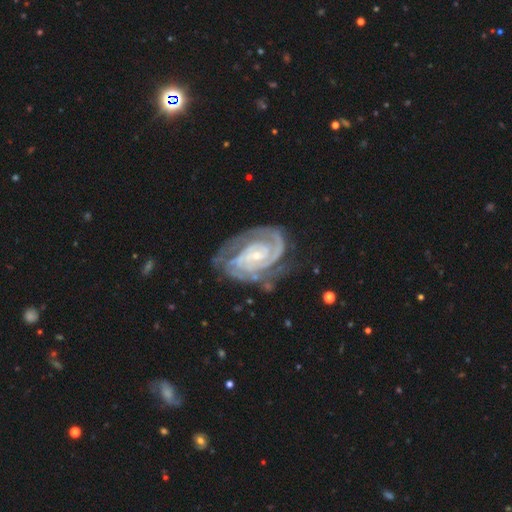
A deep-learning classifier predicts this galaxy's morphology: Smooth or featured: featured or disk — 91% (star or artifact — 5%)
Edge-on disk: no — 97% (yes — 3%)
Bar: no — 56% (weak — 30%)
Spiral arms: yes — 98% (no — 2%)
Spiral winding: tight — 74% (medium — 23%)
Spiral arm count: 2 — 59% (3 — 17%)
Bulge size: small — 76% (moderate — 19%)
Merging: none — 69% (minor disturbance — 20%)